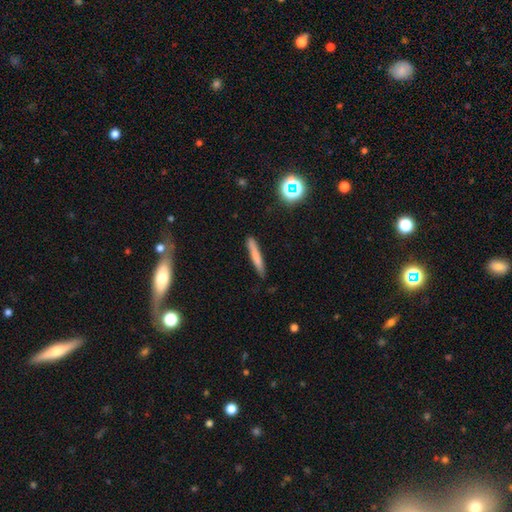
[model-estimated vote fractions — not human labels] A smooth galaxy with no disk features (72%) that is cigar-shaped (94%).

Vote fractions:
- Smooth or featured? smooth: 72% / featured or disk: 19% / star or artifact: 9%
- How rounded? cigar-shaped: 94% / in between: 4% / round: 2%
- Merging? none: 83% / minor disturbance: 13% / major disturbance: 2% / merger: 2%